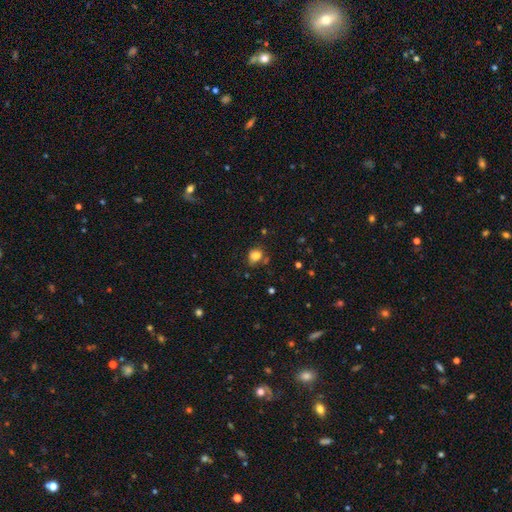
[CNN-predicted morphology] Smooth or featured? Predicted: smooth (p=0.80). How rounded? Predicted: round (p=0.51). Merging? Predicted: none (p=0.58).